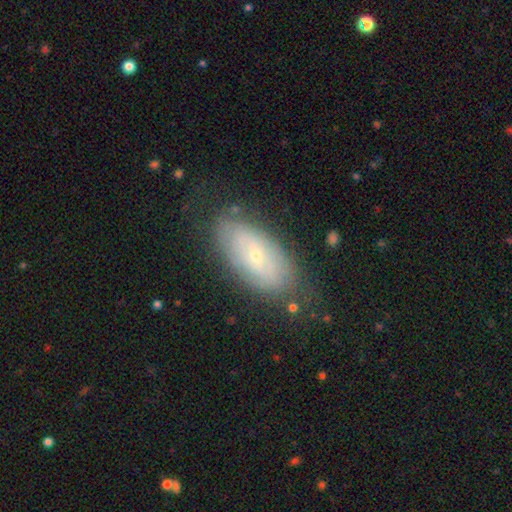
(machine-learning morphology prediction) The model was most divided on "smooth or featured": featured or disk: 51%, smooth: 41%, star or artifact: 8%. More confident: edge-on disk — no (87%); merging — none (74%).